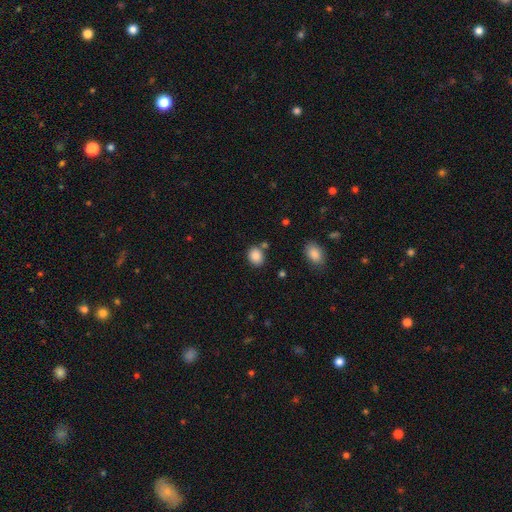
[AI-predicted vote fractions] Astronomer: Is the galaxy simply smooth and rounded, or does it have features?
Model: smooth — 87%.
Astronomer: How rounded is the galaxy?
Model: round — 51% (runner-up: in between, 48%).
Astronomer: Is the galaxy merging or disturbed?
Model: none — 74%.